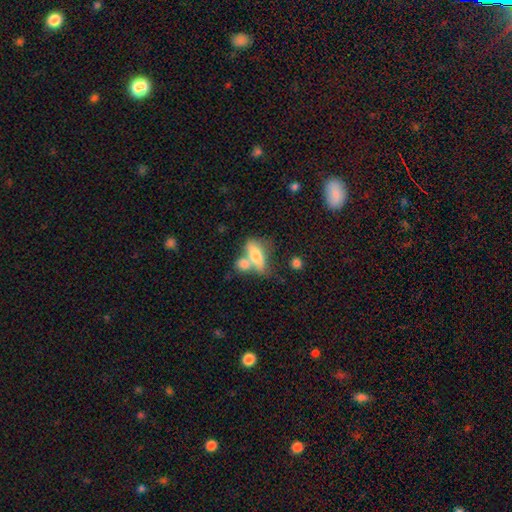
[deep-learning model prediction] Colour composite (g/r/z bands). It shows a smooth galaxy with no disk features (67%) that is in between round and cigar-shaped (69%). Merging: merger (51%).